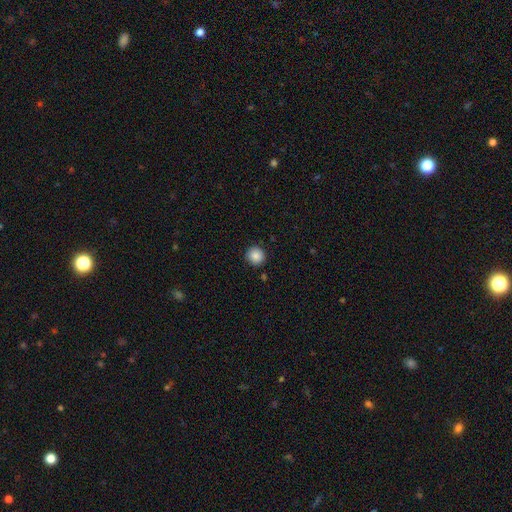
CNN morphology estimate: Q: Smooth or featured?
A: smooth (87%); runner-up: star or artifact (9%)
Q: How rounded?
A: round (94%); runner-up: in between (5%)
Q: Merging?
A: none (90%); runner-up: minor disturbance (7%)